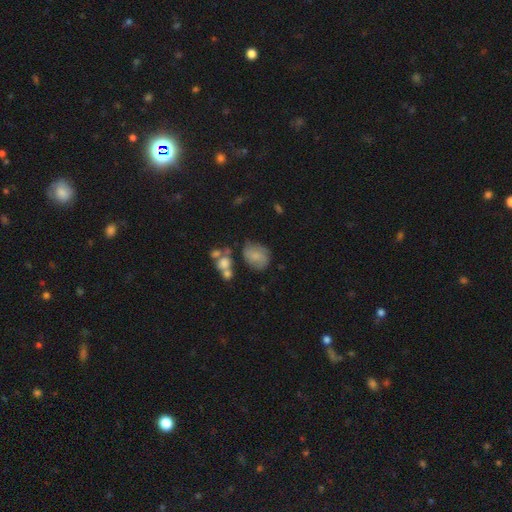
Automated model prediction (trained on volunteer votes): This is likely a smooth galaxy (66%). How rounded: possibly round (49%, tied with in between). Merging: possibly none (54%).